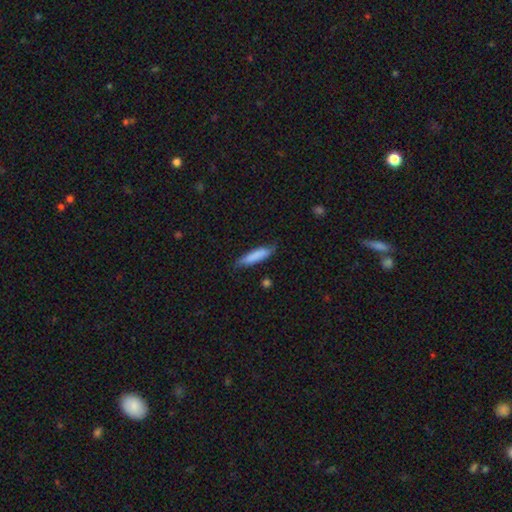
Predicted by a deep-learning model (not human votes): Smooth or featured? Predicted: smooth (p=0.81). How rounded? Predicted: cigar-shaped (p=0.77). Merging? Predicted: none (p=0.73).